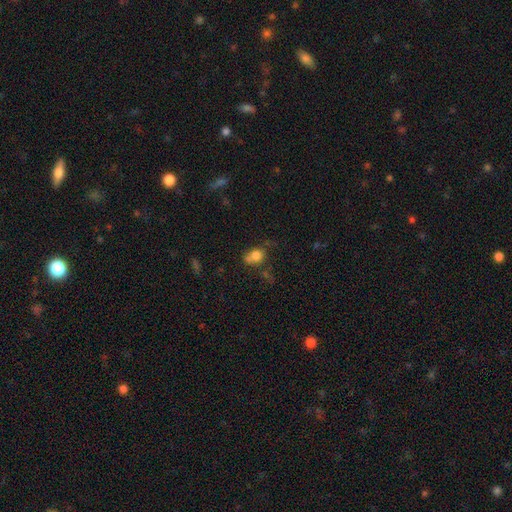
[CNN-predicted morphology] This is likely a smooth galaxy (76%). How rounded: possibly round (58%). Merging: marginally none (41%).